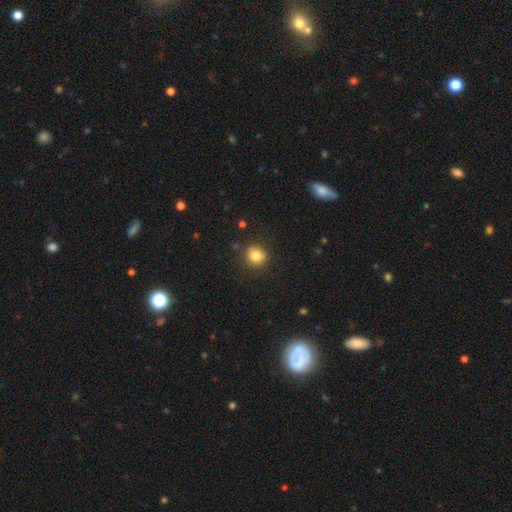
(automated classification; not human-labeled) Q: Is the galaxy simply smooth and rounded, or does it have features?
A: smooth — 83%.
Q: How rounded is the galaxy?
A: round — 91%.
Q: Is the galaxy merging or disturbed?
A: none — 87%.